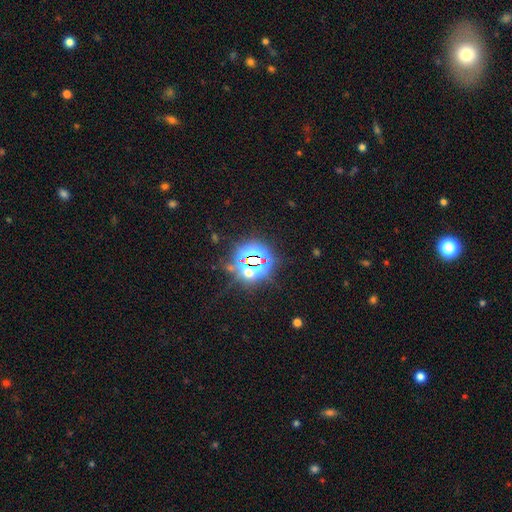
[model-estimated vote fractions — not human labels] A star or artifact, not a galaxy (80%).